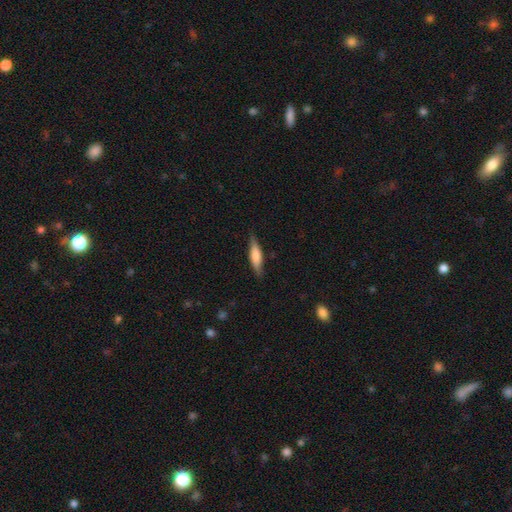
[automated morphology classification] Smooth or featured?
  - smooth: 63% *
  - featured or disk: 31%
  - star or artifact: 6%
How rounded?
  - cigar-shaped: 71% *
  - in between: 27%
  - round: 2%
Merging?
  - none: 83% *
  - minor disturbance: 14%
  - major disturbance: 3%
  - merger: 1%